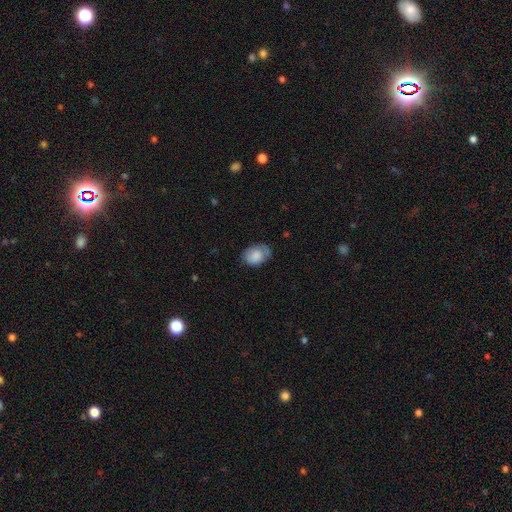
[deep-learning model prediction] This is likely a smooth galaxy (77%). How rounded: likely in between (75%). Merging: likely none (61%).